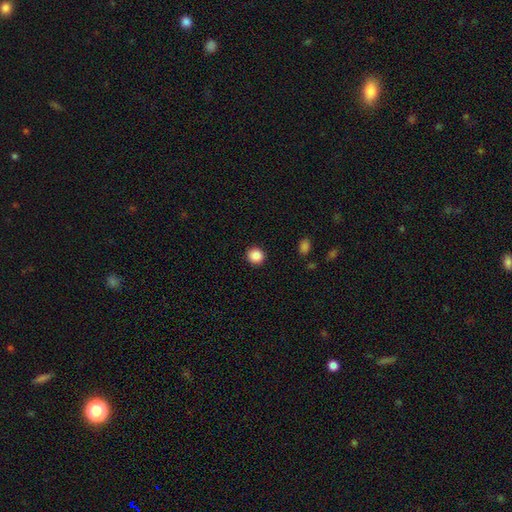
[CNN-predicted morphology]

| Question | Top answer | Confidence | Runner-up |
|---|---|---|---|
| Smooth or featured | smooth | 88% | star or artifact (9%) |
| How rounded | round | 93% | in between (6%) |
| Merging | none | 92% | minor disturbance (5%) |